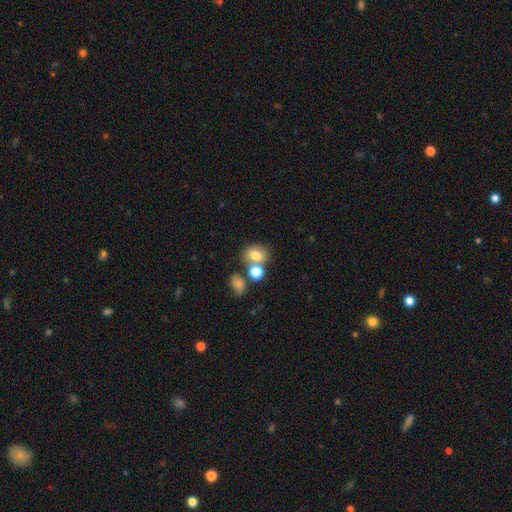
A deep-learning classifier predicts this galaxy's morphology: type=smooth (74%); roundness=in between (53%); merging=none (49%).